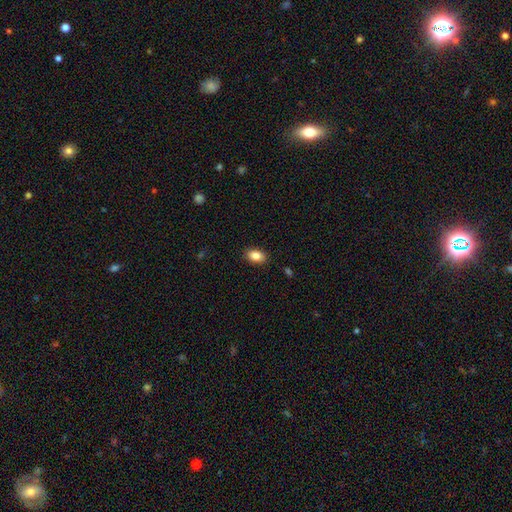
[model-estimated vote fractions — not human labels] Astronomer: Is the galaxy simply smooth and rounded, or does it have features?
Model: smooth — 86%.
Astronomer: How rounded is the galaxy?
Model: in between — 86%.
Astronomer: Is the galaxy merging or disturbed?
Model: none — 88%.